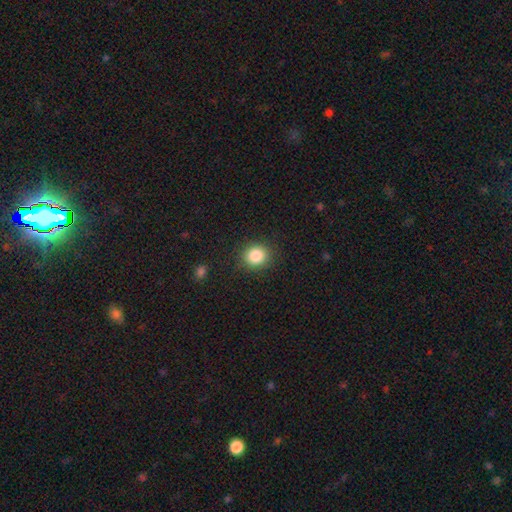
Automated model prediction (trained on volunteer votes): smooth_or_featured: smooth (p=0.85) [alt: star or artifact p=0.10]
how_rounded: round (p=0.81) [alt: in between p=0.18]
merging: none (p=0.88) [alt: minor disturbance p=0.08]